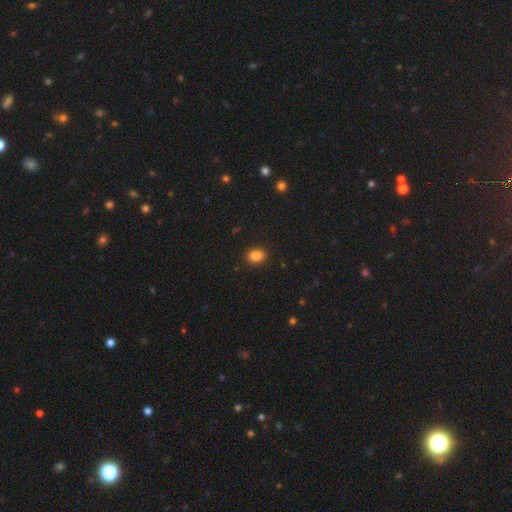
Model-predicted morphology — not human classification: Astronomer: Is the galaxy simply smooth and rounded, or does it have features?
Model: smooth — 86%.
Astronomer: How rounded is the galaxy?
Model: in between — 58% (runner-up: round, 41%).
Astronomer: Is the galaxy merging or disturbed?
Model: none — 89%.